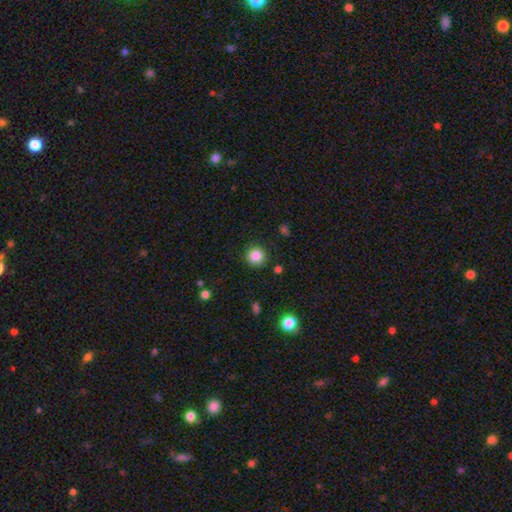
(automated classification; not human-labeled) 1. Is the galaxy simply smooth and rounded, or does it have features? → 85% smooth, 11% star or artifact, 4% featured or disk.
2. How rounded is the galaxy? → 93% round, 6% in between, 1% cigar-shaped.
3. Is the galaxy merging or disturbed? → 89% none, 7% minor disturbance, 2% major disturbance, 2% merger.